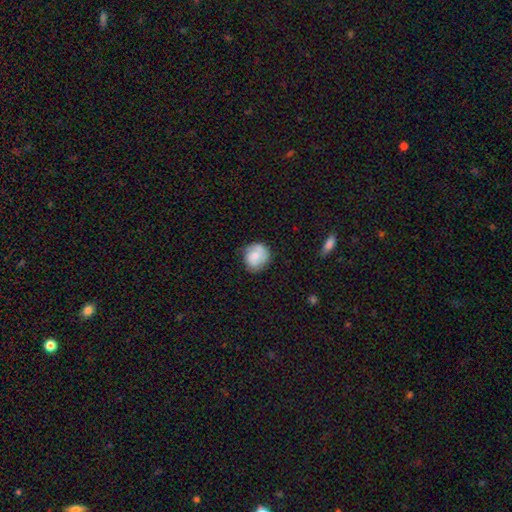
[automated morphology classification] Smooth or featured?
  - smooth: 65% *
  - featured or disk: 27%
  - star or artifact: 7%
How rounded?
  - round: 82% *
  - in between: 17%
  - cigar-shaped: 1%
Merging?
  - none: 70% *
  - minor disturbance: 23%
  - major disturbance: 5%
  - merger: 2%